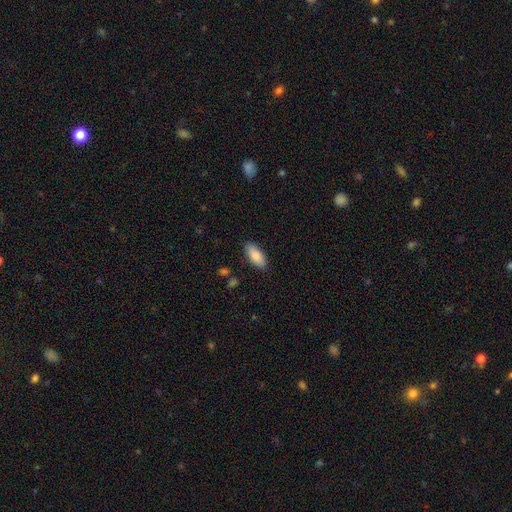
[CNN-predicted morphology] type=smooth (87%); roundness=in between (85%); merging=none (86%).